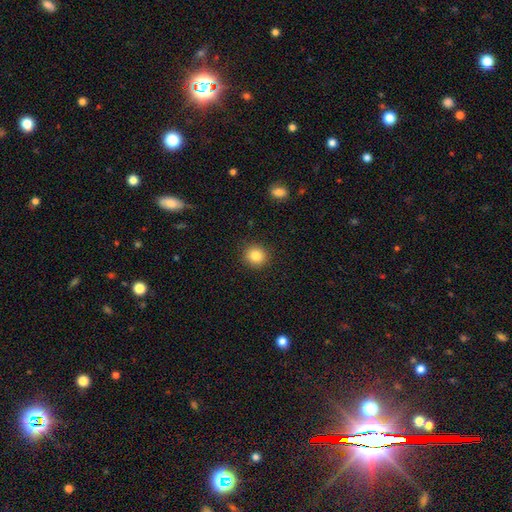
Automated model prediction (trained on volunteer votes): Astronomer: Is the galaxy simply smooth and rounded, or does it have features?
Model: smooth — 85%.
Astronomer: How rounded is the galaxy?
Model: round — 87%.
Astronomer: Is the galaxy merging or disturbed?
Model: none — 90%.